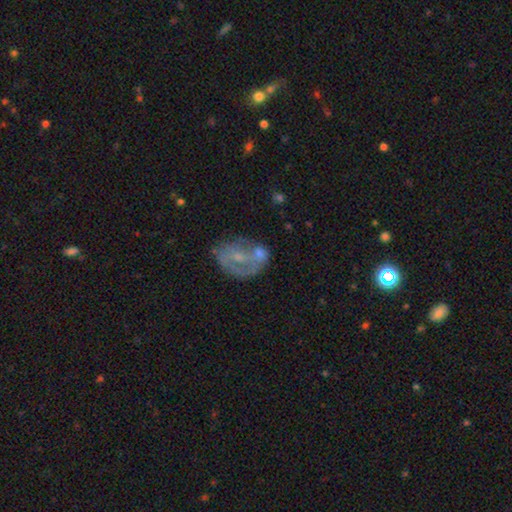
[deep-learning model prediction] This appears to be a featured or disk galaxy (53%) with no bar (74%), no spiral arms (64%) and a moderate central bulge (36%). Merging: none (34%).